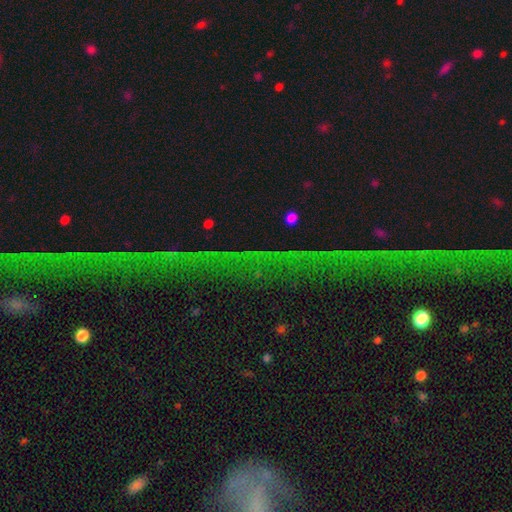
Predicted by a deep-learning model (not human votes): smooth_or_featured: star or artifact (p=0.77) [alt: featured or disk p=0.14]